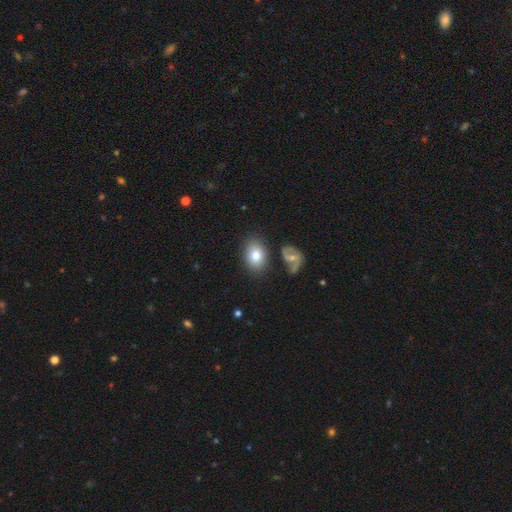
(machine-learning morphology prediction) type=smooth (77%); roundness=in between (78%); merging=none (73%).